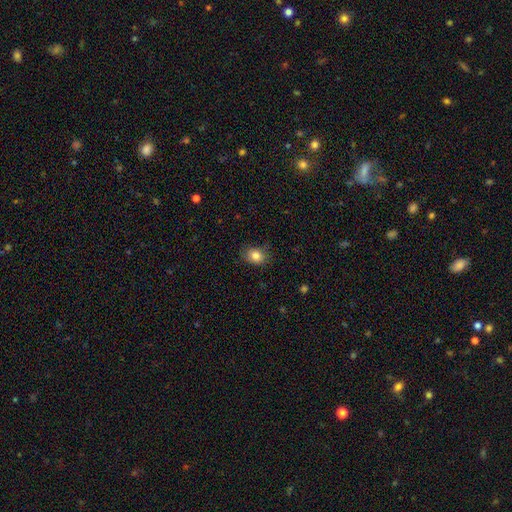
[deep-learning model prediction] smooth-or-featured: smooth: 82% | star or artifact: 10% | featured or disk: 8%
  how-rounded: in between: 54% | round: 45% | cigar-shaped: 1%
  merging: none: 78% | minor disturbance: 18% | major disturbance: 4% | merger: 1%